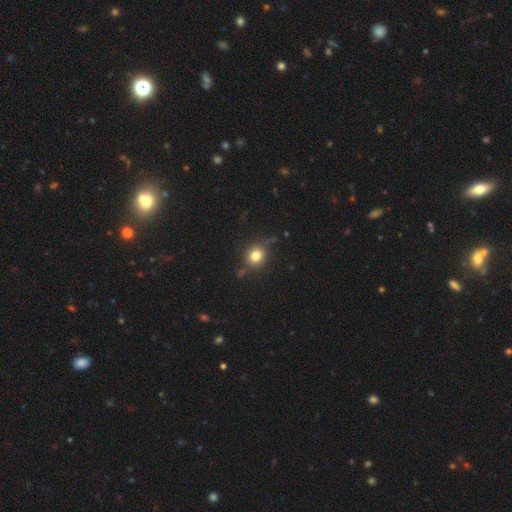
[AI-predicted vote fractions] A smooth galaxy with no disk features (80%) that is round (85%).

Vote fractions:
- Smooth or featured? smooth: 80% / star or artifact: 13% / featured or disk: 8%
- How rounded? round: 85% / in between: 14% / cigar-shaped: 1%
- Merging? none: 82% / minor disturbance: 11% / merger: 4% / major disturbance: 3%